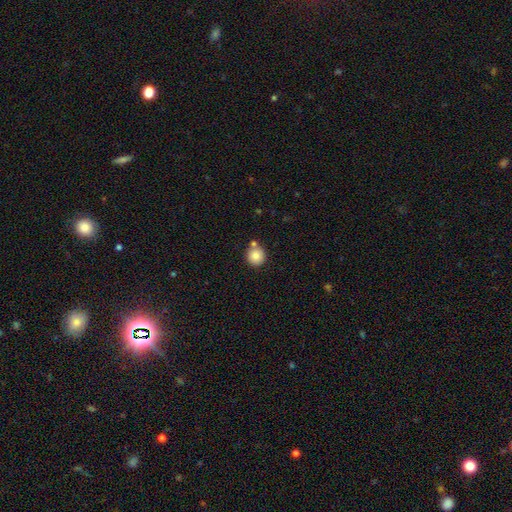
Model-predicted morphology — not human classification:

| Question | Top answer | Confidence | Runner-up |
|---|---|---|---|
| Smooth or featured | smooth | 83% | star or artifact (9%) |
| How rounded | round | 94% | in between (6%) |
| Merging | none | 75% | merger (14%) |